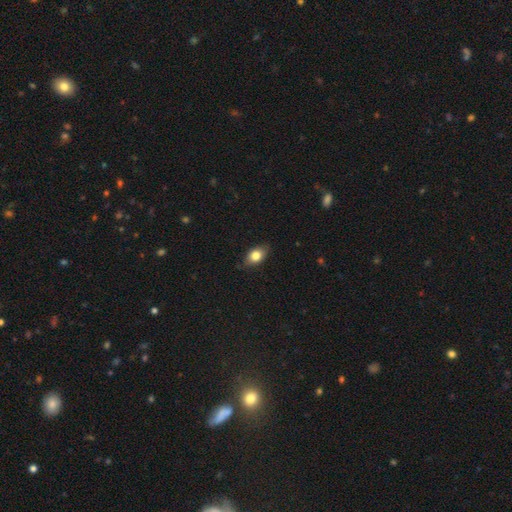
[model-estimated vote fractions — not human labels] smooth-or-featured: smooth: 81% | featured or disk: 11% | star or artifact: 8%
  how-rounded: in between: 82% | round: 15% | cigar-shaped: 3%
  merging: none: 81% | minor disturbance: 15% | major disturbance: 3% | merger: 1%